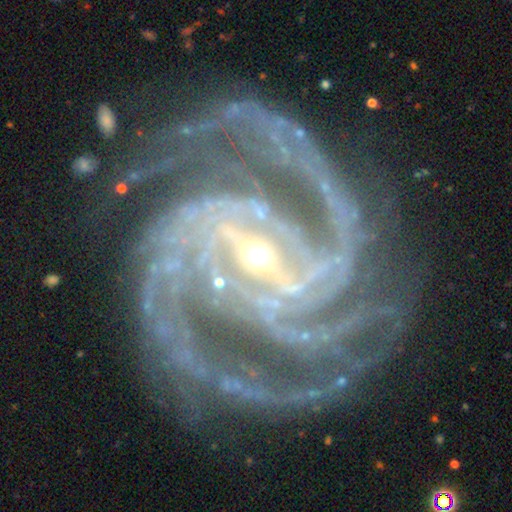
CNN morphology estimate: The model was most divided on "spiral arm count": 3: 28%, 4: 27%, 2: 16%, more than 4: 11%, can't tell: 10%, 1: 8%. More confident: spiral arms — yes (99%); edge-on disk — no (98%); smooth or featured — featured or disk (93%); merging — none (76%); bulge size — small (71%); spiral winding — tight (60%); bar — strong (52%).